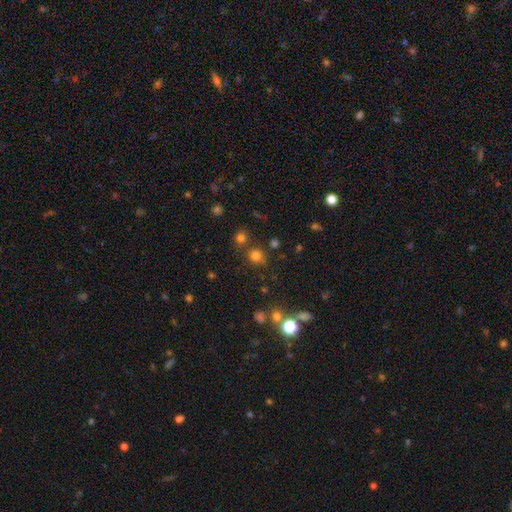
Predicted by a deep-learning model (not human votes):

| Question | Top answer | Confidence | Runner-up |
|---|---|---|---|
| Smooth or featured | smooth | 73% | star or artifact (21%) |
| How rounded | round | 89% | in between (10%) |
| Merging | none | 75% | merger (11%) |